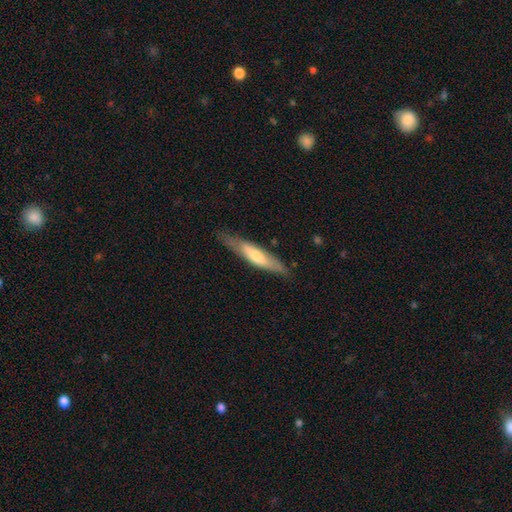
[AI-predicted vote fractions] Smooth or featured? Predicted: smooth (p=0.50). Merging? Predicted: none (p=0.80).